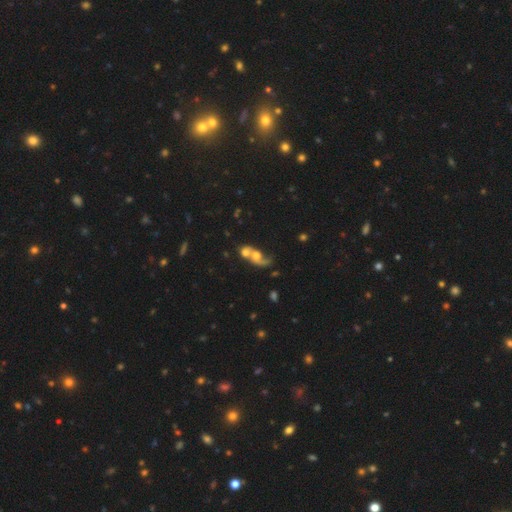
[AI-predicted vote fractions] Smooth or featured?
  - featured or disk: 46% *
  - smooth: 43%
  - star or artifact: 11%
Merging?
  - merger: 72% *
  - none: 13%
  - major disturbance: 10%
  - minor disturbance: 6%